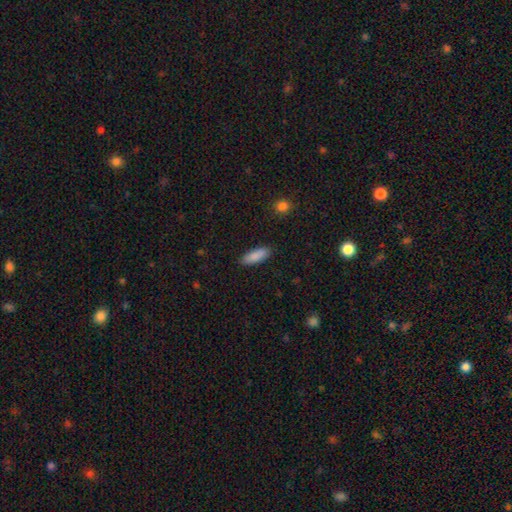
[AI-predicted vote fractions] Overall: smooth (89%). How rounded: in between (66%; cigar-shaped 32%). Merging: none (89%).